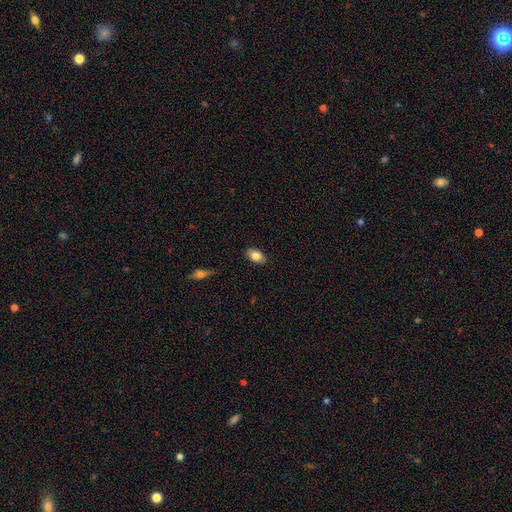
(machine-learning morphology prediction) This is clearly a smooth galaxy (82%). How rounded: clearly in between (88%). Merging: clearly none (87%).